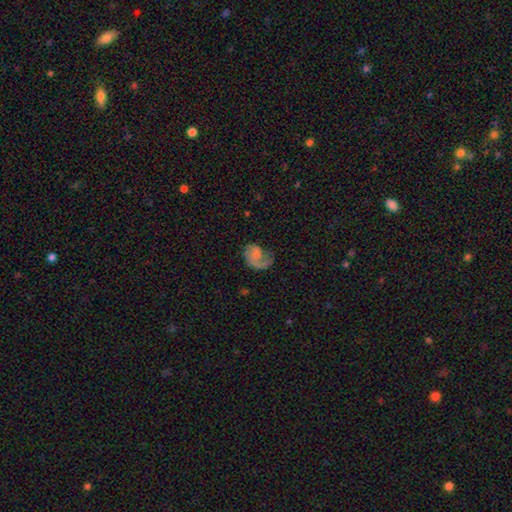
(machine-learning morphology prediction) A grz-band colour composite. It shows a featured or disk galaxy (54%) with no bar (75%), spiral arms (80%) and no central bulge (66%). Merging: major disturbance (39%).